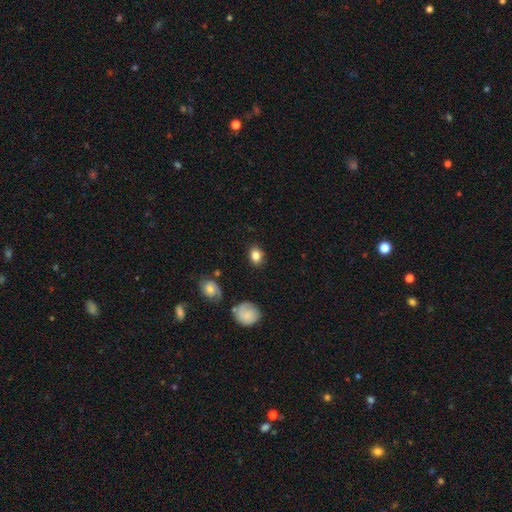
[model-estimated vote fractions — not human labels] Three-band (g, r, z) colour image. It shows a smooth galaxy with no disk features (81%) that is in between round and cigar-shaped (59%). Merging: none (84%).